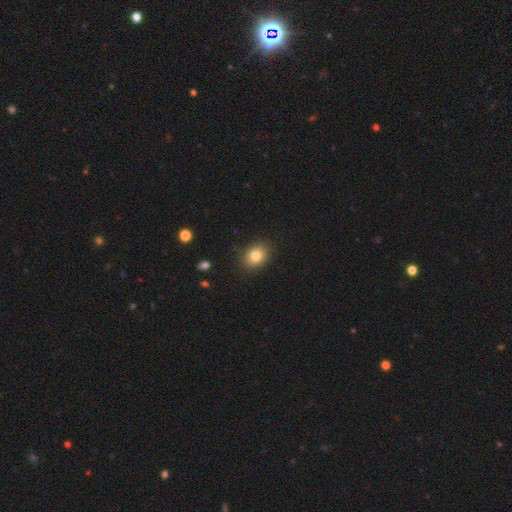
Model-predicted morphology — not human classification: This is clearly a smooth galaxy (81%). How rounded: possibly in between (58%). Merging: clearly none (88%).